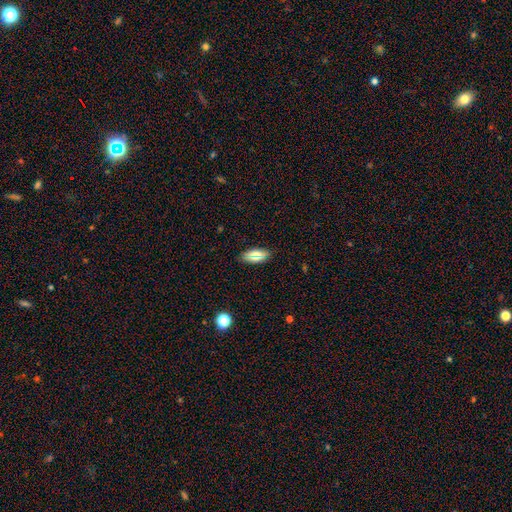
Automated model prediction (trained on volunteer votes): Morphology: type=smooth (70%); roundness=in between (84%); merging=none (85%).